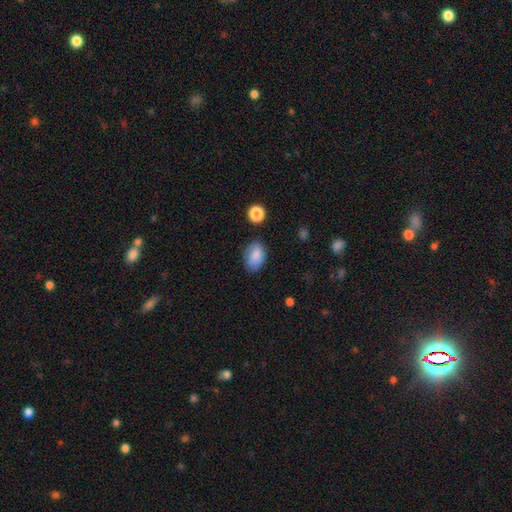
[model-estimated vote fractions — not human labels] A smooth galaxy with no disk features (83%) that is in between round and cigar-shaped (85%). Merging: none (72%).